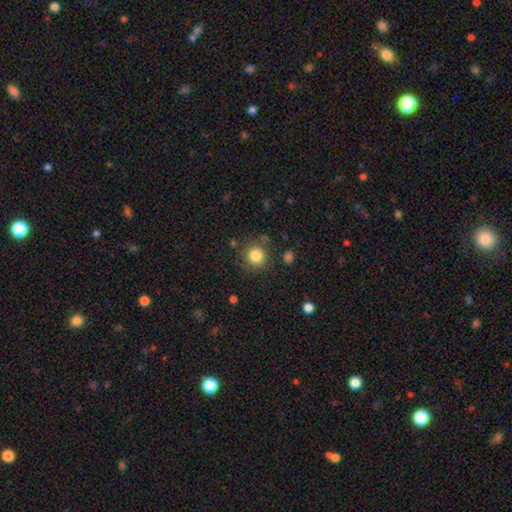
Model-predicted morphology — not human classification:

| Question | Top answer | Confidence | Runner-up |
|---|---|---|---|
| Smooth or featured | smooth | 83% | star or artifact (11%) |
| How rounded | round | 92% | in between (7%) |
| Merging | none | 83% | minor disturbance (10%) |